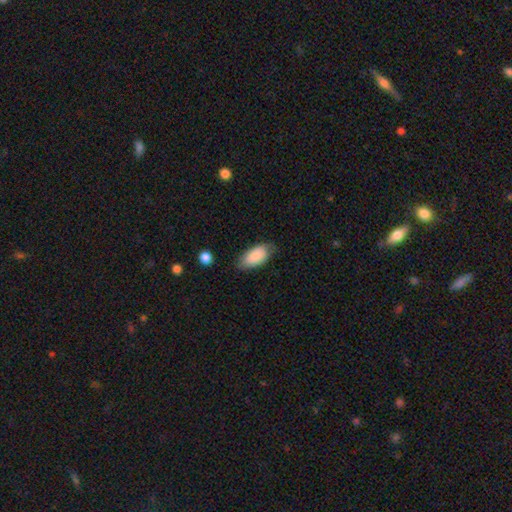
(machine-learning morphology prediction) Smooth or featured?
  - smooth: 87% *
  - featured or disk: 7%
  - star or artifact: 6%
How rounded?
  - in between: 92% *
  - cigar-shaped: 6%
  - round: 2%
Merging?
  - none: 72% *
  - minor disturbance: 22%
  - major disturbance: 5%
  - merger: 2%